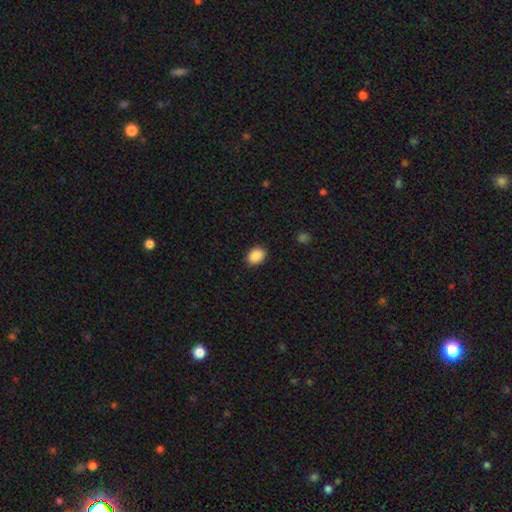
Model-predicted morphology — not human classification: smooth_or_featured: smooth (p=0.90) [alt: star or artifact p=0.08]
how_rounded: in between (p=0.67) [alt: round p=0.32]
merging: none (p=0.87) [alt: minor disturbance p=0.10]